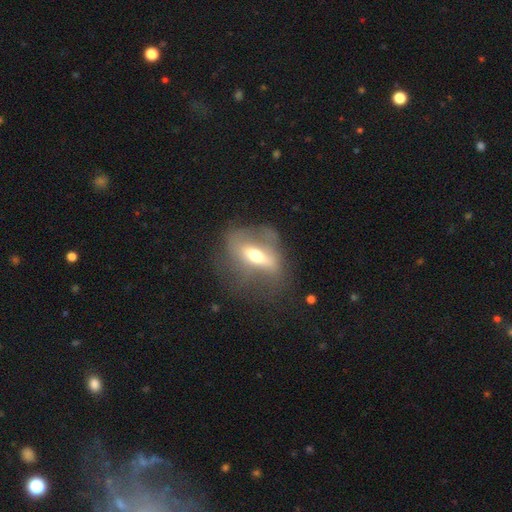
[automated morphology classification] The model was most divided on "smooth or featured": featured or disk: 52%, smooth: 38%, star or artifact: 10%. Remaining: edge-on disk — no (69%); merging — none (47%).